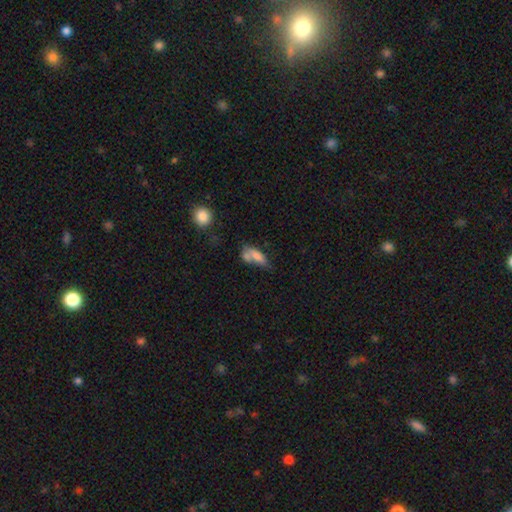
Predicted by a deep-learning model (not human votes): Smooth or featured: smooth — 72% (featured or disk — 18%)
How rounded: in between — 73% (cigar-shaped — 23%)
Merging: merger — 41% (none — 28%)